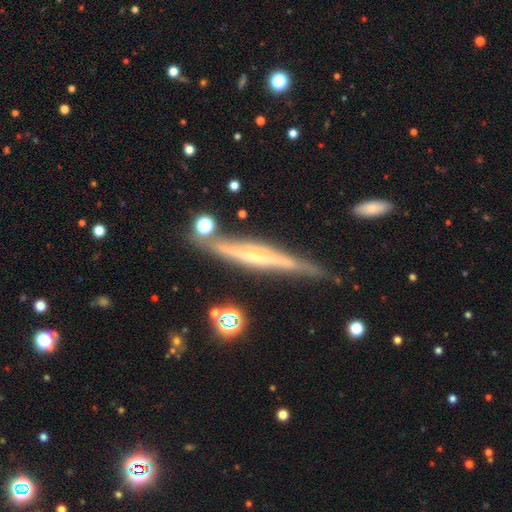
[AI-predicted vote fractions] A featured or disk galaxy (76%) viewed edge-on (95%) with a rounded central bulge (60%). Merging: none (79%).